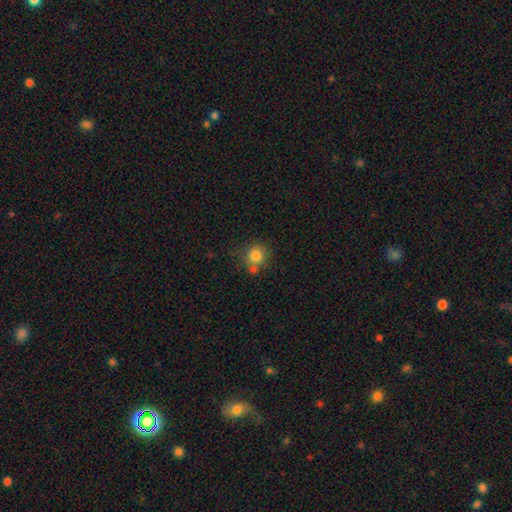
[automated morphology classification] Smooth or featured: smooth — 81% (star or artifact — 11%)
How rounded: round — 87% (in between — 12%)
Merging: none — 65% (merger — 18%)